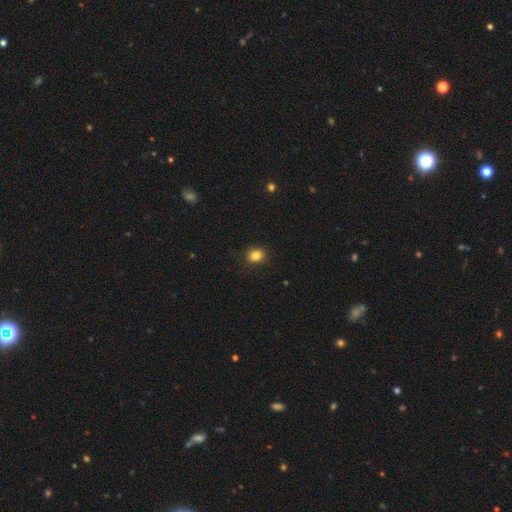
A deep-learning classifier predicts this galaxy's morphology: This appears to be a smooth galaxy with no disk features (84%) that is round (57%). Merging: none (88%).